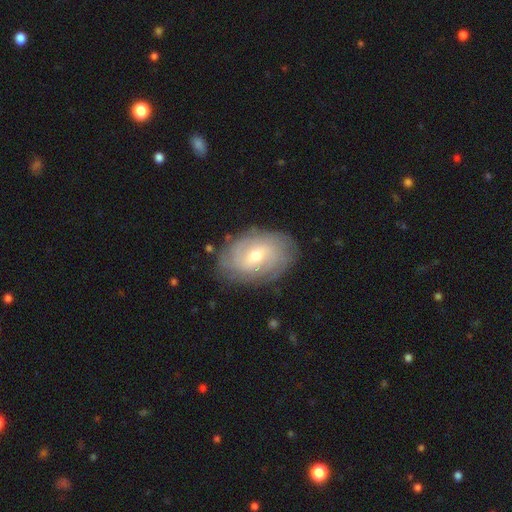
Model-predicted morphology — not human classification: Smooth or featured? Predicted: featured or disk (p=0.73). Edge-on disk? Predicted: no (p=0.95). Bar? Predicted: weak (p=0.52). Spiral arms? Predicted: yes (p=0.86). Spiral winding? Predicted: tight (p=0.64). Spiral arm count? Predicted: can't tell (p=0.48). Bulge size? Predicted: moderate (p=0.54). Merging? Predicted: none (p=0.79).